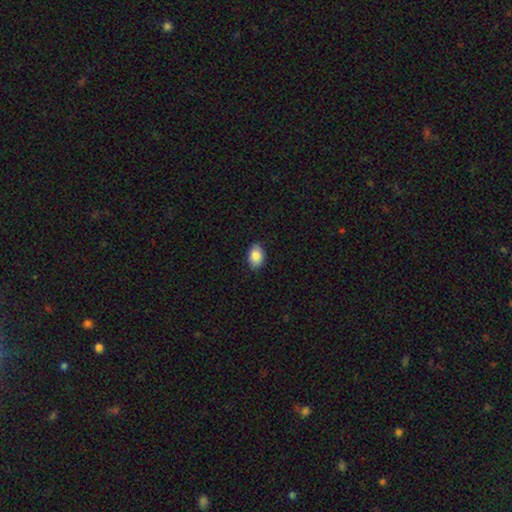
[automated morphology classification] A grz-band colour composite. It shows a smooth galaxy with no disk features (86%) that is in between round and cigar-shaped (86%). Merging: none (88%).